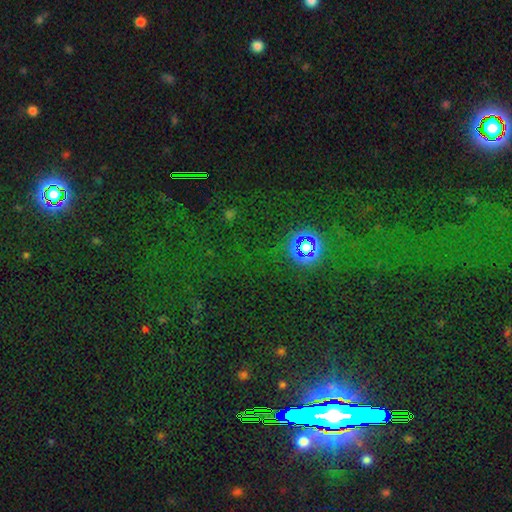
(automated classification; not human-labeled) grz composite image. It shows a star or artifact, not a galaxy (73%).